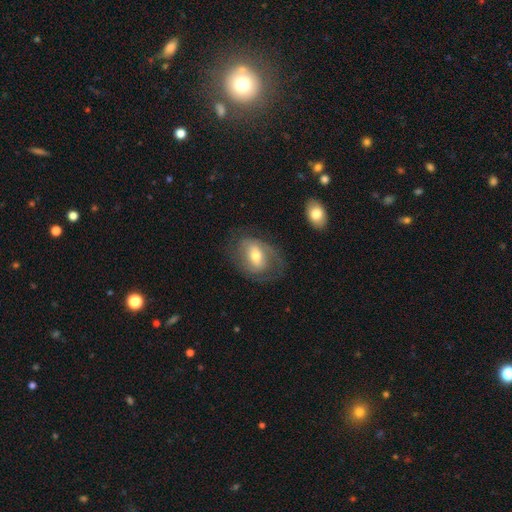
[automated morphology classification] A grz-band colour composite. It shows a featured or disk galaxy (61%) with a weak bar (42%), spiral arms (76%) and a moderate central bulge (67%). Merging: none (62%).